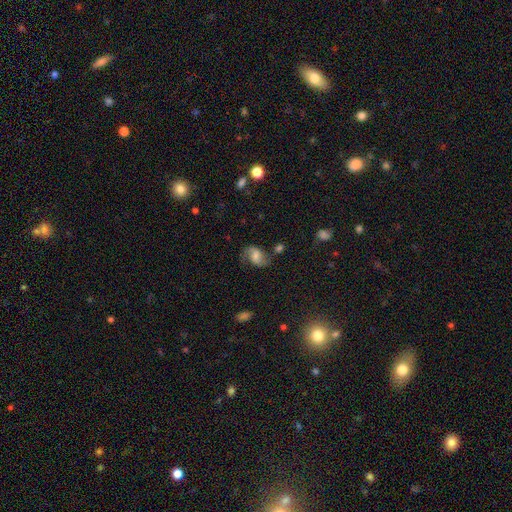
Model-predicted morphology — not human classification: This appears to be a featured or disk galaxy (62%) with no bar (43%, tied with weak), 2 (87%) loose (51%) spiral arms (91%) and a moderate central bulge (45%). Merging: none (64%).